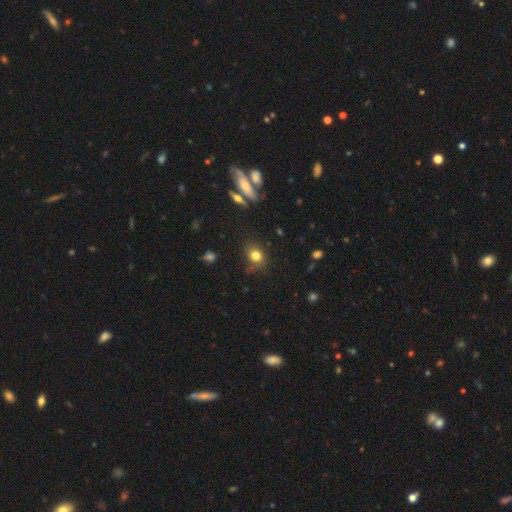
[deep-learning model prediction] smooth-or-featured: smooth: 79% | star or artifact: 13% | featured or disk: 8%
  how-rounded: round: 56% | in between: 43% | cigar-shaped: 1%
  merging: none: 70% | minor disturbance: 20% | major disturbance: 6% | merger: 4%